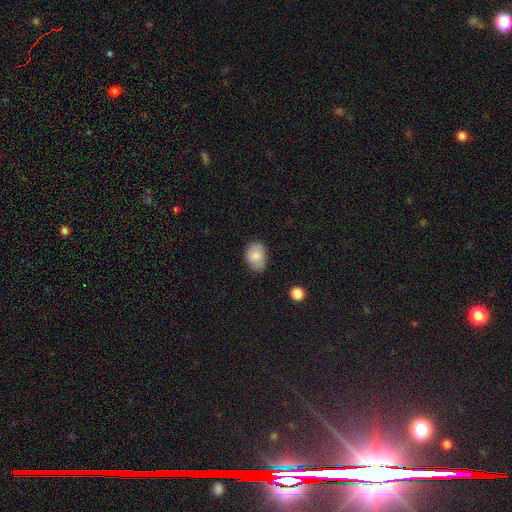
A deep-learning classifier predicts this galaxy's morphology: Smooth or featured? Predicted: smooth (p=0.80). How rounded? Predicted: in between (p=0.77). Merging? Predicted: none (p=0.65).